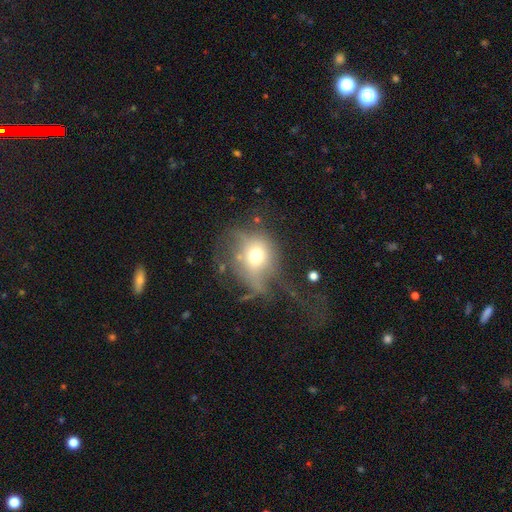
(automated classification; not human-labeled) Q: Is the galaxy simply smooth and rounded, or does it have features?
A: smooth — 53%.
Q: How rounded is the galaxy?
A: round — 66%.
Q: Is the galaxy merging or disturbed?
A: major disturbance — 37%.